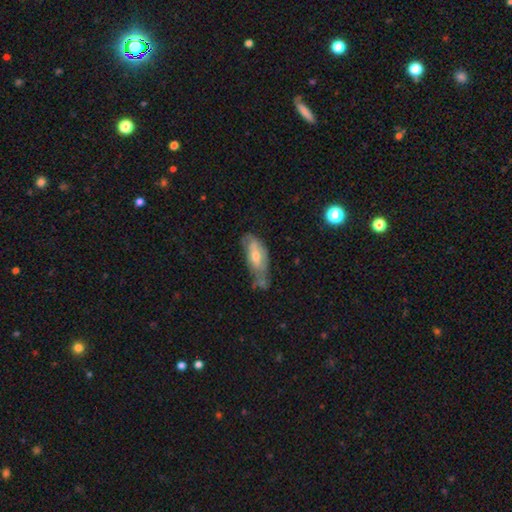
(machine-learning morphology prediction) This appears to be a smooth galaxy with no disk features (47%). Merging: none (40%).